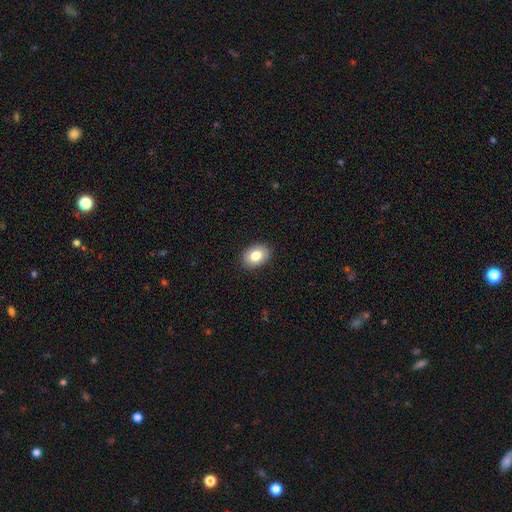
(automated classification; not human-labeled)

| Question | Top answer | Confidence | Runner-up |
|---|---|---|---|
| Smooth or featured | smooth | 82% | featured or disk (10%) |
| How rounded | in between | 77% | round (22%) |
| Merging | none | 89% | minor disturbance (8%) |